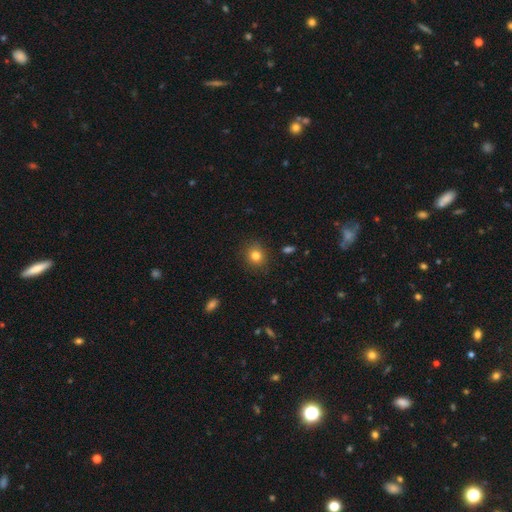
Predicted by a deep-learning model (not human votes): The model was most divided on "how rounded": round: 80%, in between: 19%, cigar-shaped: 1%. More confident: merging — none (88%); smooth or featured — smooth (82%).